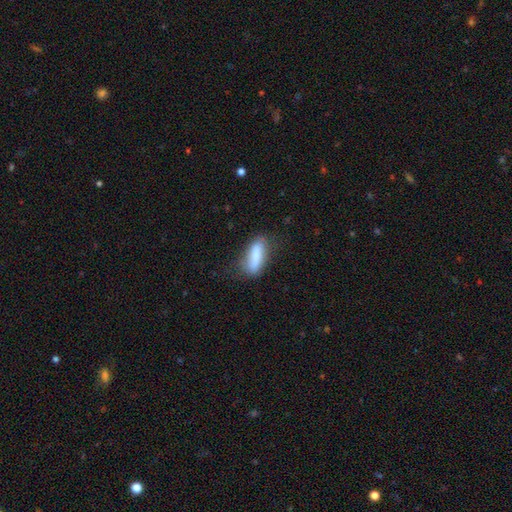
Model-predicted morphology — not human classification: Smooth or featured? Predicted: smooth (p=0.77). How rounded? Predicted: cigar-shaped (p=0.50). Merging? Predicted: none (p=0.67).